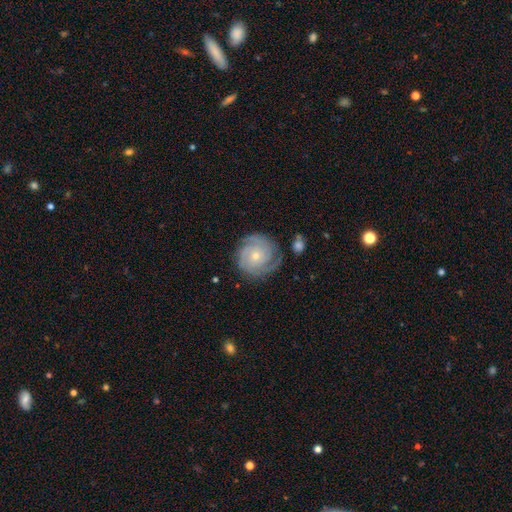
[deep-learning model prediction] Morphology: type=featured or disk (80%); edge-on=no (98%); bar=no (80%); spiral arms=yes (95%); winding=tight (75%); arm count=3 (30%); bulge=small (68%); merging=none (78%).